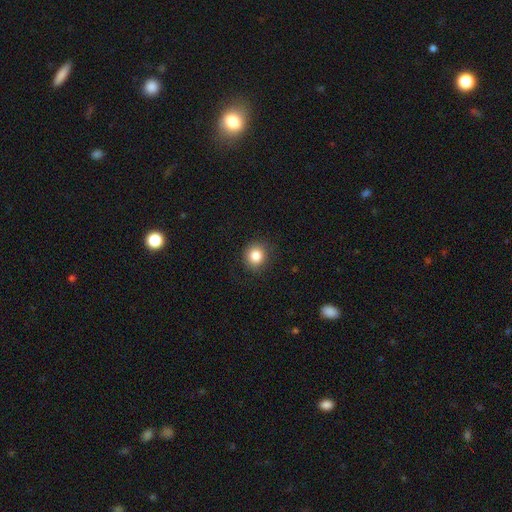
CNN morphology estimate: smooth-or-featured: smooth: 85% | star or artifact: 10% | featured or disk: 5%
  how-rounded: round: 86% | in between: 13% | cigar-shaped: 1%
  merging: none: 87% | minor disturbance: 10% | major disturbance: 3% | merger: 1%